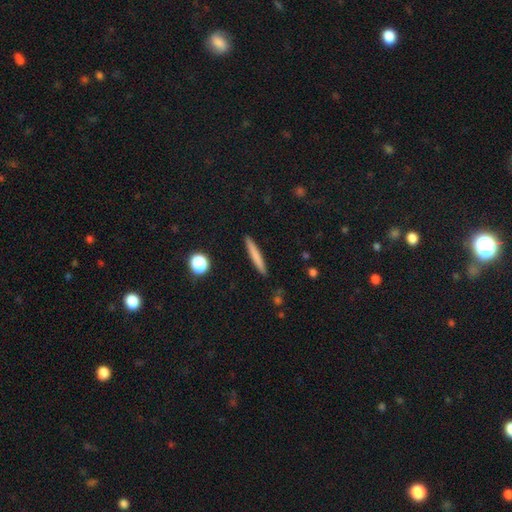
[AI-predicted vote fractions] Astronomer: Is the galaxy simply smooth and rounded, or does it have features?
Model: smooth — 71%.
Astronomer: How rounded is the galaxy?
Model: cigar-shaped — 95%.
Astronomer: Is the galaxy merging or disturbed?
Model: none — 91%.